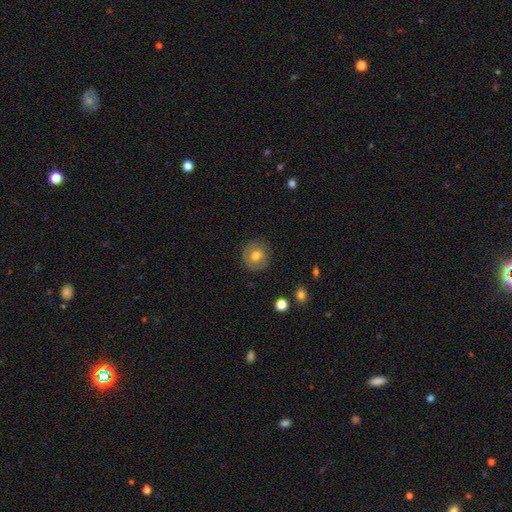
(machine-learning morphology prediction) This appears to be a smooth galaxy with no disk features (65%) that is round (88%). Merging: none (83%).